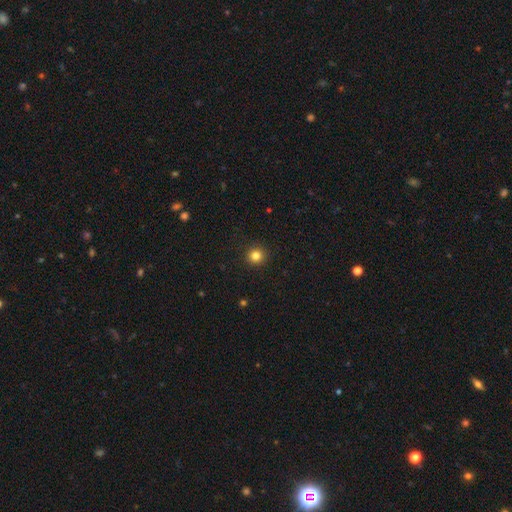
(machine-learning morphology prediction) smooth_or_featured: smooth (p=0.83) [alt: star or artifact p=0.13]
how_rounded: round (p=0.94) [alt: in between p=0.05]
merging: none (p=0.93) [alt: minor disturbance p=0.05]